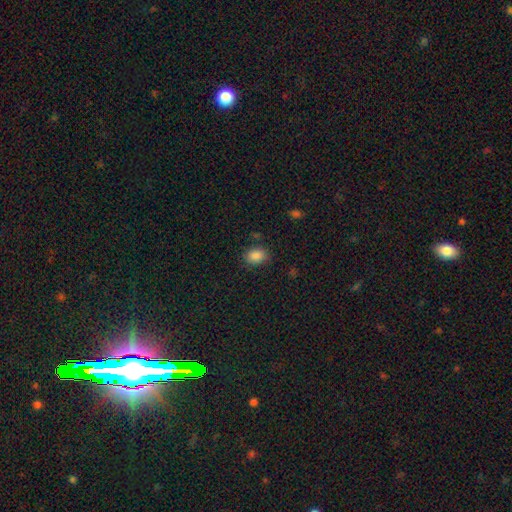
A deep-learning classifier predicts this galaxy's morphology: smooth-or-featured: smooth: 86% | star or artifact: 9% | featured or disk: 4%
  how-rounded: in between: 69% | round: 30% | cigar-shaped: 1%
  merging: none: 82% | minor disturbance: 13% | major disturbance: 3% | merger: 2%